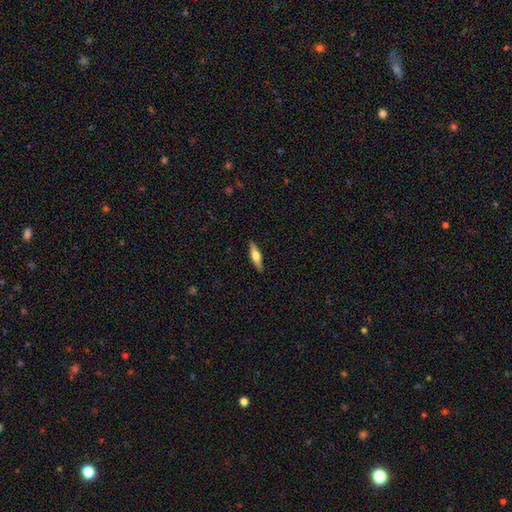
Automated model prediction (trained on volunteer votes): Smooth or featured: smooth — 51% (featured or disk — 44%)
How rounded: cigar-shaped — 66% (in between — 32%)
Merging: none — 90% (minor disturbance — 8%)